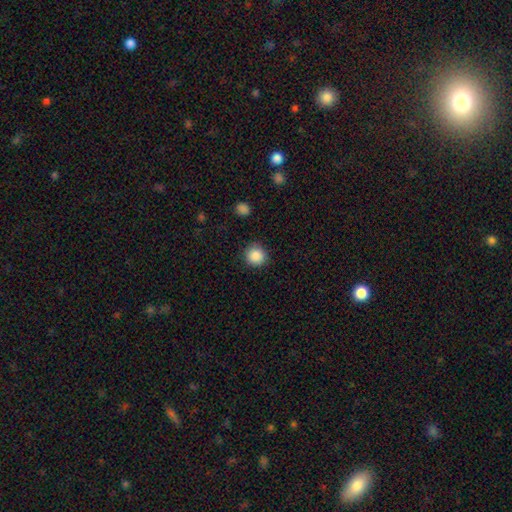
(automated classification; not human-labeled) Smooth or featured?
  - smooth: 88% *
  - star or artifact: 9%
  - featured or disk: 3%
How rounded?
  - round: 94% *
  - in between: 5%
  - cigar-shaped: 1%
Merging?
  - none: 89% *
  - minor disturbance: 7%
  - major disturbance: 2%
  - merger: 1%